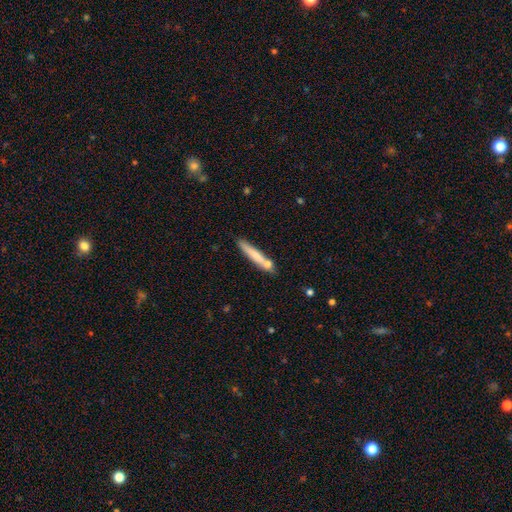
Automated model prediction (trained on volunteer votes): Q: Smooth or featured?
A: smooth (67%); runner-up: featured or disk (27%)
Q: How rounded?
A: cigar-shaped (93%); runner-up: in between (6%)
Q: Merging?
A: none (70%); runner-up: minor disturbance (14%)